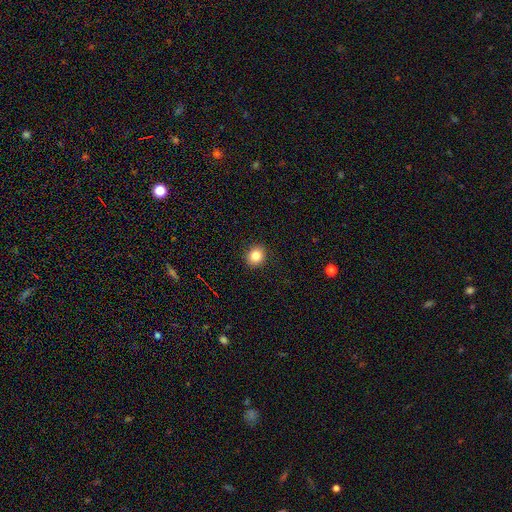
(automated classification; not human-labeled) Smooth or featured?
  - smooth: 84% *
  - star or artifact: 11%
  - featured or disk: 5%
How rounded?
  - round: 81% *
  - in between: 18%
  - cigar-shaped: 1%
Merging?
  - none: 91% *
  - minor disturbance: 6%
  - major disturbance: 2%
  - merger: 1%